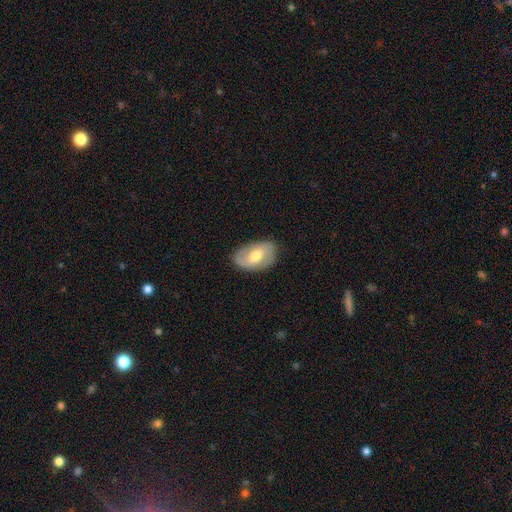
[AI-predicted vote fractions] This is possibly a featured or disk galaxy (53%). It is clearly not viewed edge-on (94%). Bar: marginally weak (45%). Spiral arm pattern: likely yes (71%). Central bulge: likely moderate (68%). Merging: clearly none (82%).